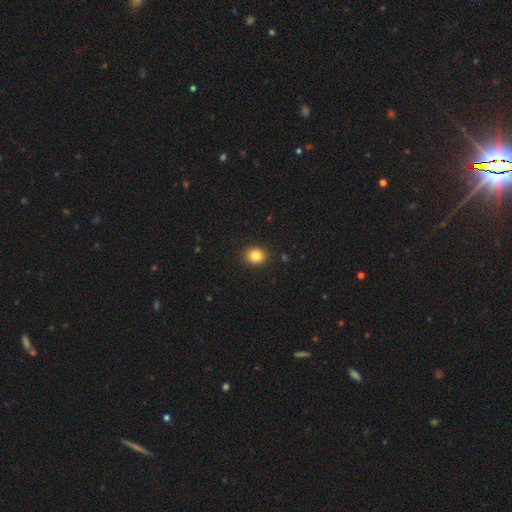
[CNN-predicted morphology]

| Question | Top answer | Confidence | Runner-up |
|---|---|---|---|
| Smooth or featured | smooth | 84% | star or artifact (10%) |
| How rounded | round | 67% | in between (32%) |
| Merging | none | 91% | minor disturbance (6%) |